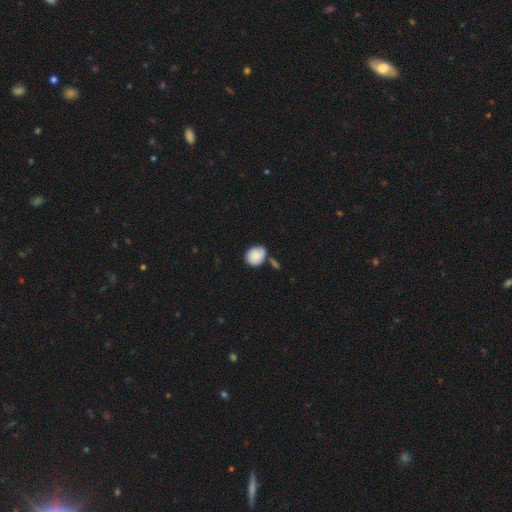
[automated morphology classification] A smooth galaxy with no disk features (79%) that is round (61%).

Vote fractions:
- Smooth or featured? smooth: 79% / featured or disk: 14% / star or artifact: 7%
- How rounded? round: 61% / in between: 38% / cigar-shaped: 1%
- Merging? none: 54% / minor disturbance: 24% / merger: 16% / major disturbance: 6%